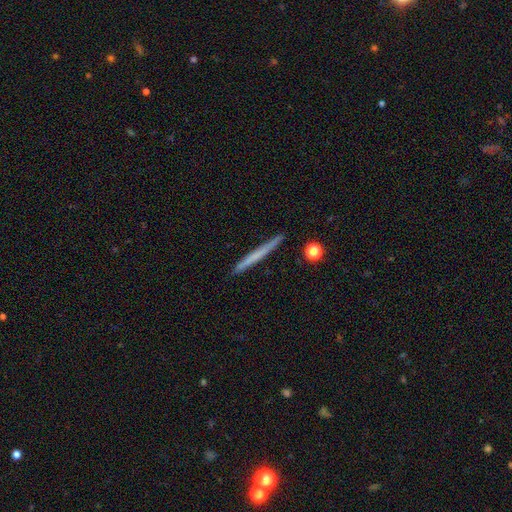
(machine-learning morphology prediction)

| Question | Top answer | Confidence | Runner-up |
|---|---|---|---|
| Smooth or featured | smooth | 53% | featured or disk (41%) |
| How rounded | cigar-shaped | 97% | in between (2%) |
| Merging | none | 91% | minor disturbance (6%) |